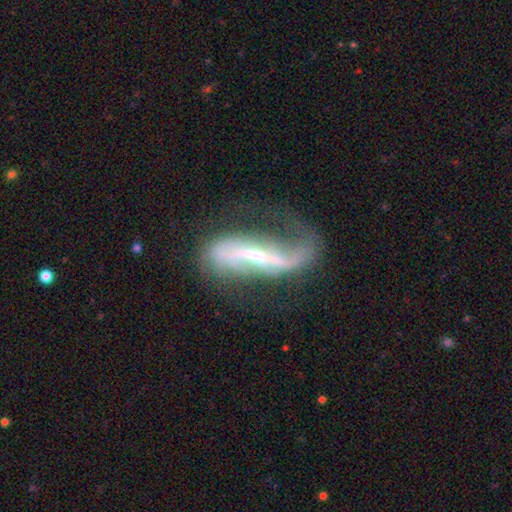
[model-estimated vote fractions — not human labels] This appears to be a featured or disk galaxy (84%) with a strong bar (58%), 2 (73%) loose (68%) spiral arms (90%) and a small central bulge (62%). Merging: none (45%).